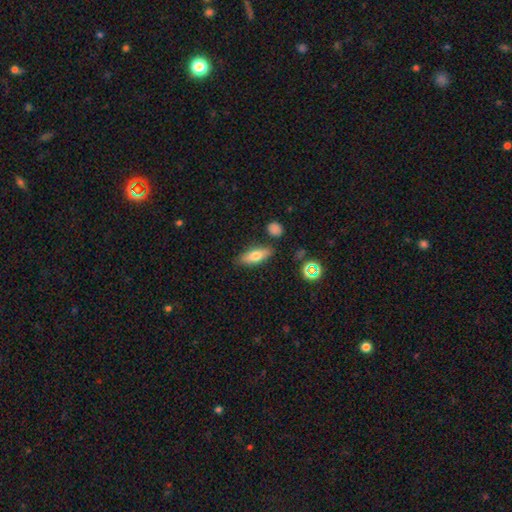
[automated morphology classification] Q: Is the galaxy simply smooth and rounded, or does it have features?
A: smooth — 69%.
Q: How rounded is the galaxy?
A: in between — 67%.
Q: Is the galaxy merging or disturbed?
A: none — 82%.